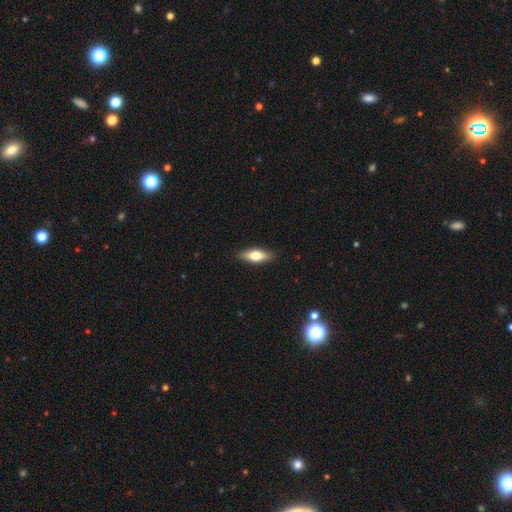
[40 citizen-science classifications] smooth 57%, featured or disk 35%, star or artifact 8%. Down the decision tree: how rounded — in between (83%); merging — none (92%).